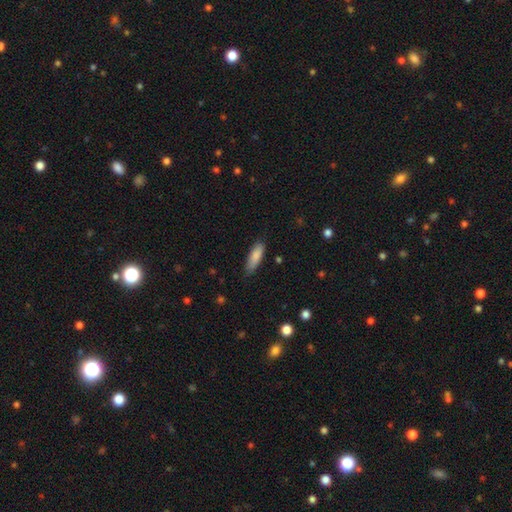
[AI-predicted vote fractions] smooth 85%, featured or disk 9%, star or artifact 6%. Down the decision tree: how rounded — in between (57%); merging — none (77%).